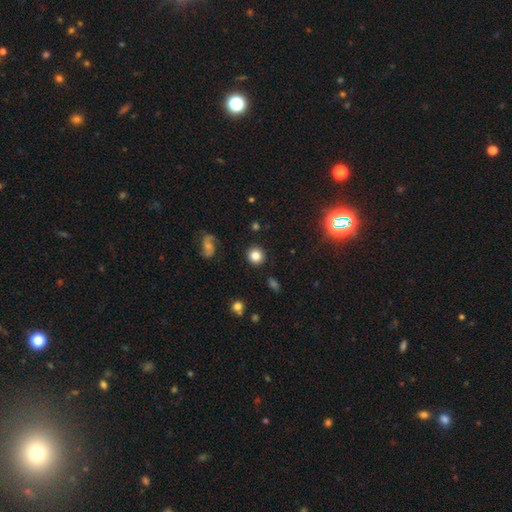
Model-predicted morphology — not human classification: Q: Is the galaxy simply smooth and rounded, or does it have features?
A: smooth — 82%.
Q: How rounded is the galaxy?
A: round — 90%.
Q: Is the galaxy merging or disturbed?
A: none — 90%.